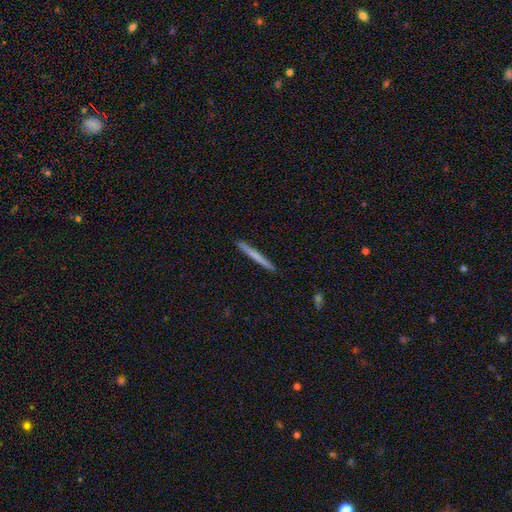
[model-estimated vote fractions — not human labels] Smooth or featured?
  - smooth: 63% *
  - featured or disk: 31%
  - star or artifact: 5%
How rounded?
  - cigar-shaped: 97% *
  - in between: 2%
  - round: 1%
Merging?
  - none: 93% *
  - minor disturbance: 5%
  - major disturbance: 1%
  - merger: 1%